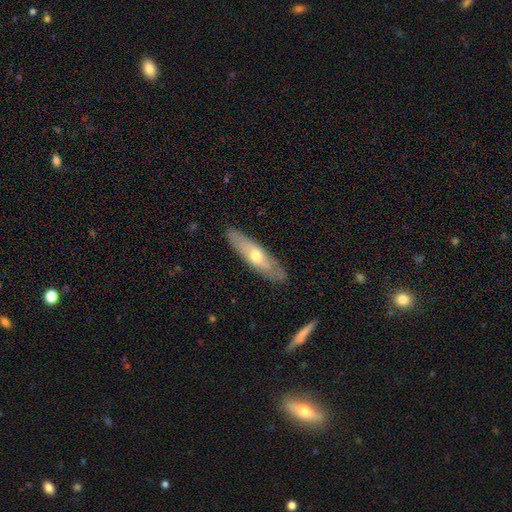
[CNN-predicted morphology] A featured or disk galaxy (54%) viewed edge-on (54%). Merging: none (85%).